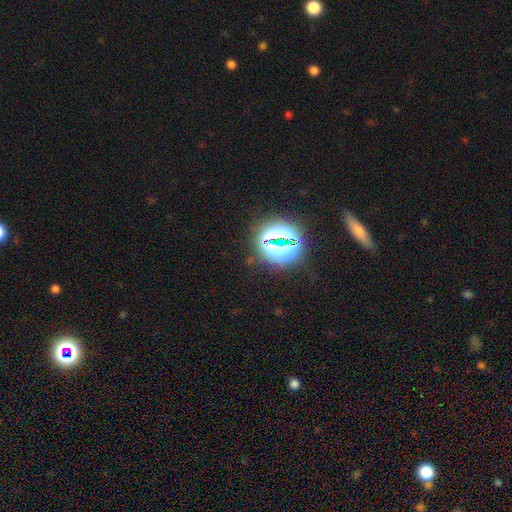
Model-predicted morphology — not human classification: A star or artifact, not a galaxy (80%).